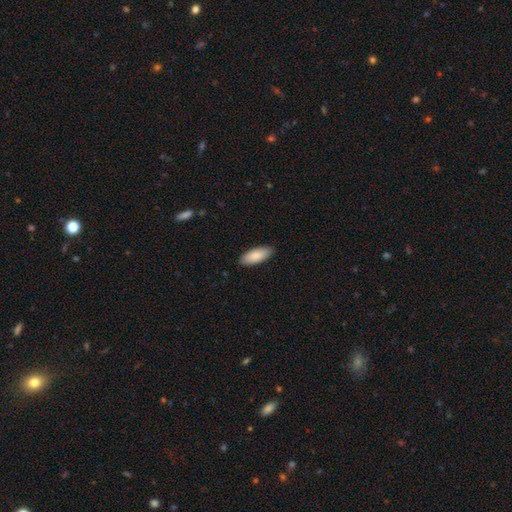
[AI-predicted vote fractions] smooth-or-featured: smooth: 88% | featured or disk: 7% | star or artifact: 5%
  how-rounded: in between: 81% | cigar-shaped: 17% | round: 1%
  merging: none: 89% | minor disturbance: 9% | major disturbance: 2% | merger: 1%